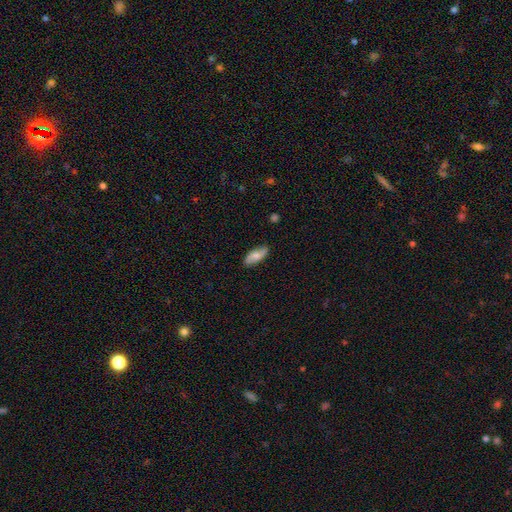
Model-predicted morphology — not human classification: A smooth galaxy with no disk features (63%) that is in between round and cigar-shaped (78%). Merging: none (82%).